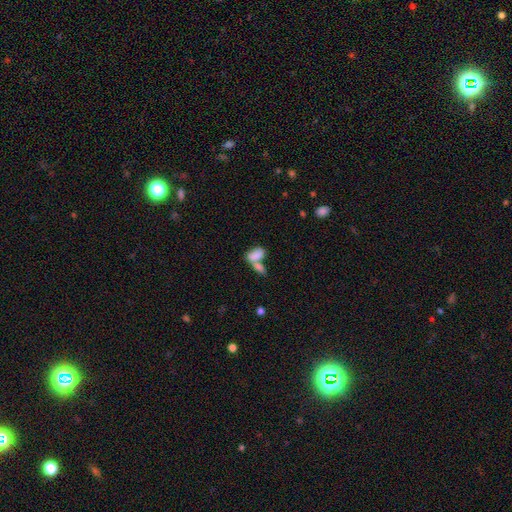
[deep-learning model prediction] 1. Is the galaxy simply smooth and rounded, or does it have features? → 79% smooth, 13% featured or disk, 8% star or artifact.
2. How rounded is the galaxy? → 90% in between, 6% round, 4% cigar-shaped.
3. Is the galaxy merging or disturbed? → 66% merger, 21% none, 8% minor disturbance, 6% major disturbance.